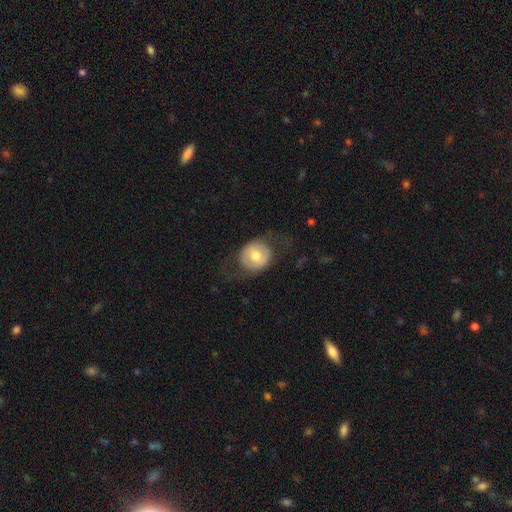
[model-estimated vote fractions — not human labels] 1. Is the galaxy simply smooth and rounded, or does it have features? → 59% smooth, 35% featured or disk, 6% star or artifact.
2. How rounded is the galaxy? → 70% round, 29% in between, 1% cigar-shaped.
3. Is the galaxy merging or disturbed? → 67% none, 16% major disturbance, 16% minor disturbance, 1% merger.